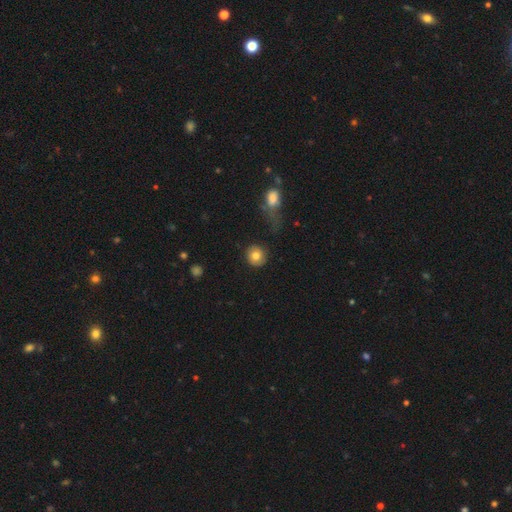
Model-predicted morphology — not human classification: This is likely a smooth galaxy (79%). How rounded: clearly round (89%). Merging: clearly none (80%).